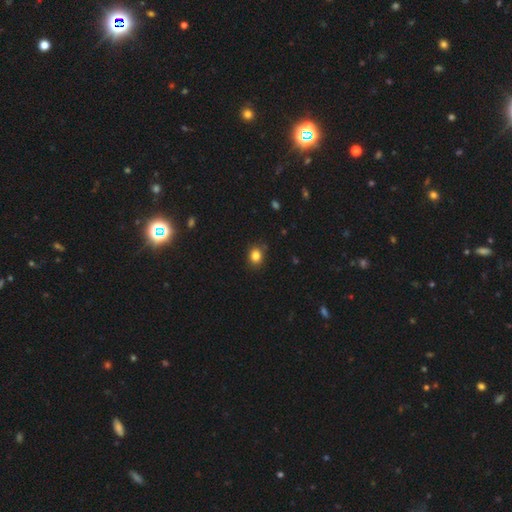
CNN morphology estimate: A smooth galaxy with no disk features (83%) that is round (64%).

Vote fractions:
- Smooth or featured? smooth: 83% / star or artifact: 11% / featured or disk: 5%
- How rounded? round: 64% / in between: 35% / cigar-shaped: 1%
- Merging? none: 85% / minor disturbance: 11% / major disturbance: 2% / merger: 2%